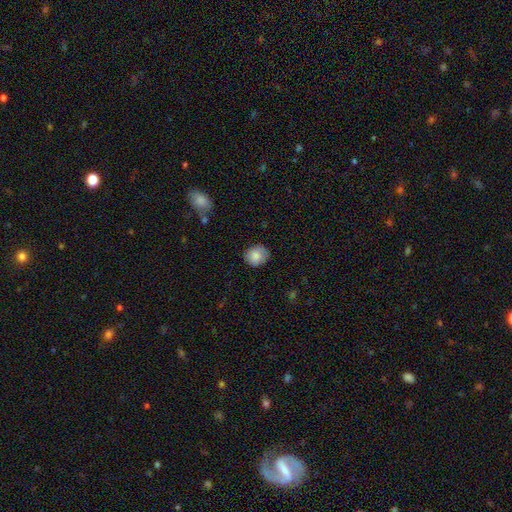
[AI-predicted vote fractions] A smooth galaxy with no disk features (84%) that is round (78%). Merging: none (81%).